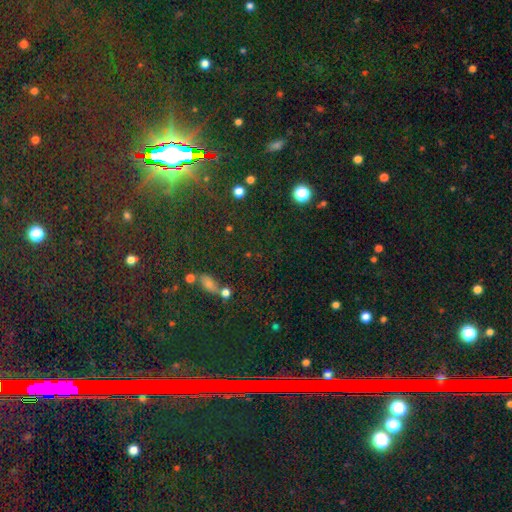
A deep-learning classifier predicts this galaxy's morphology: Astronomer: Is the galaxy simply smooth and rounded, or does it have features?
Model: star or artifact — 85%.